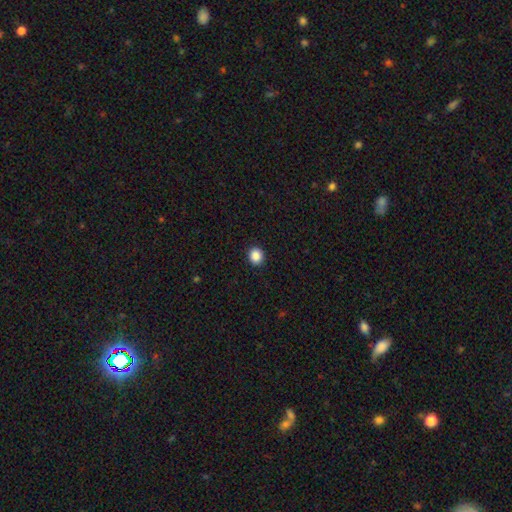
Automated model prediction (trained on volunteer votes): Smooth or featured? smooth (88%)
How rounded? round (81%)
Merging? none (93%)